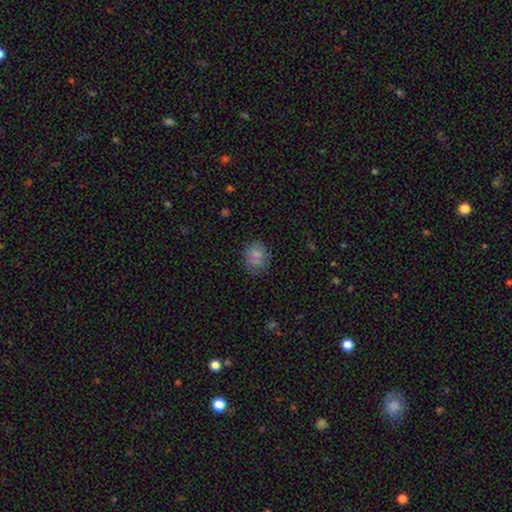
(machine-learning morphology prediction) Smooth or featured: smooth — 81% (featured or disk — 10%)
How rounded: round — 58% (in between — 41%)
Merging: none — 70% (minor disturbance — 21%)